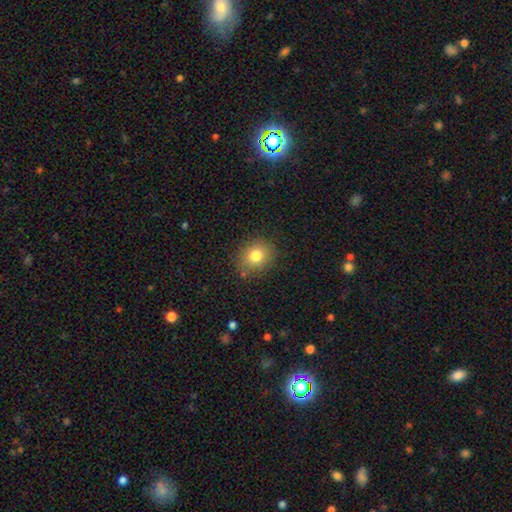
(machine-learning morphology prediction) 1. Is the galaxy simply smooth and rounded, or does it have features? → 79% smooth, 11% star or artifact, 10% featured or disk.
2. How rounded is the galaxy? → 72% round, 27% in between, 1% cigar-shaped.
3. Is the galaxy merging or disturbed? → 83% none, 12% minor disturbance, 3% major disturbance, 2% merger.